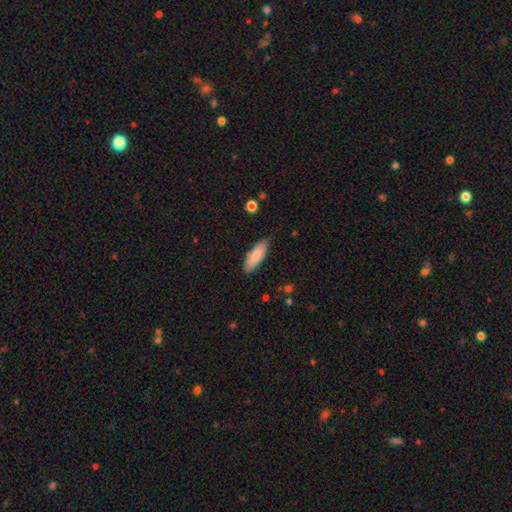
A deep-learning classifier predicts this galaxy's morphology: Smooth or featured? smooth (84%)
How rounded? in between (60%)
Merging? none (82%)